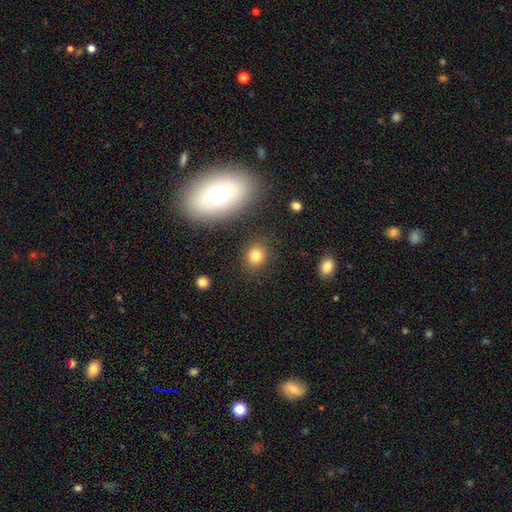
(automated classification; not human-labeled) Q: Smooth or featured?
A: smooth (81%); runner-up: star or artifact (11%)
Q: How rounded?
A: round (72%); runner-up: in between (27%)
Q: Merging?
A: none (88%); runner-up: minor disturbance (7%)